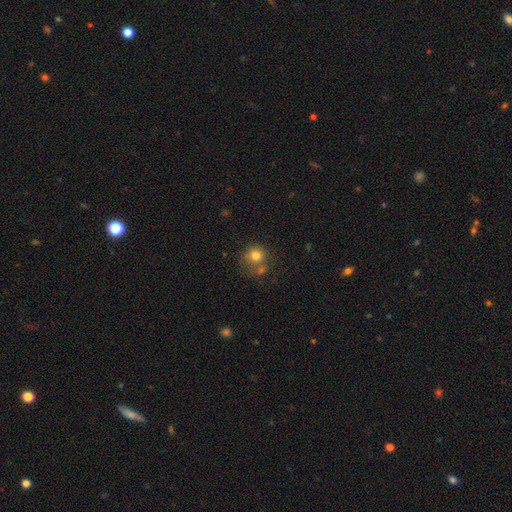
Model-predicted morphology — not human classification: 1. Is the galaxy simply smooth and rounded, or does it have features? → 78% smooth, 11% star or artifact, 11% featured or disk.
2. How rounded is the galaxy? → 86% round, 13% in between, 1% cigar-shaped.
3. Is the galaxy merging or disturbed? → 53% none, 26% merger, 14% minor disturbance, 6% major disturbance.